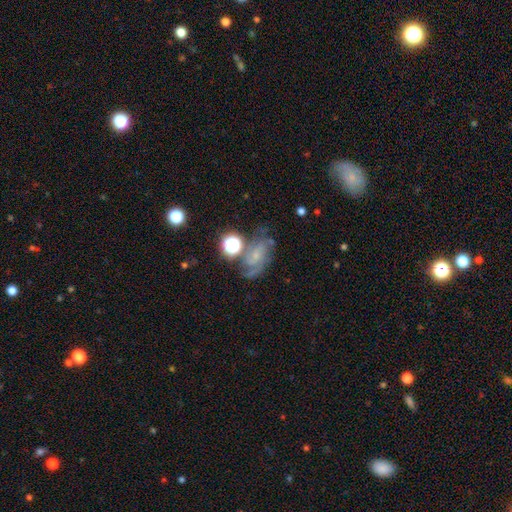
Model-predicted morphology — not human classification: A featured or disk galaxy (68%) with no bar (57%), 2 (49%) medium (46%) spiral arms (91%) and a small central bulge (66%).

Vote fractions:
- Smooth or featured? featured or disk: 68% / smooth: 18% / star or artifact: 15%
- Edge-on disk? no: 96% / yes: 4%
- Bar? no: 57% / weak: 34% / strong: 9%
- Spiral arms? yes: 91% / no: 9%
- Spiral winding? medium: 46% / tight: 37% / loose: 18%
- Spiral arm count? 2: 49% / can't tell: 25% / 3: 12% / 1: 6% / 4: 4% / more than 4: 4%
- Bulge size? small: 66% / moderate: 20% / none: 10% / large: 2% / dominant: 1%
- Merging? none: 53% / minor disturbance: 20% / major disturbance: 16% / merger: 10%